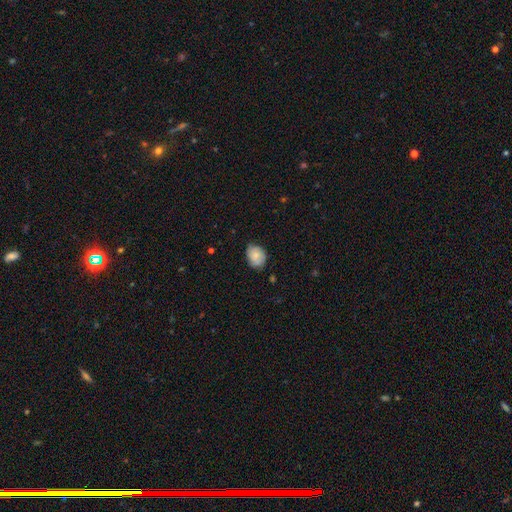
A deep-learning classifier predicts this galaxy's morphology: This appears to be a smooth galaxy with no disk features (66%) that is in between round and cigar-shaped (56%). Merging: none (69%).